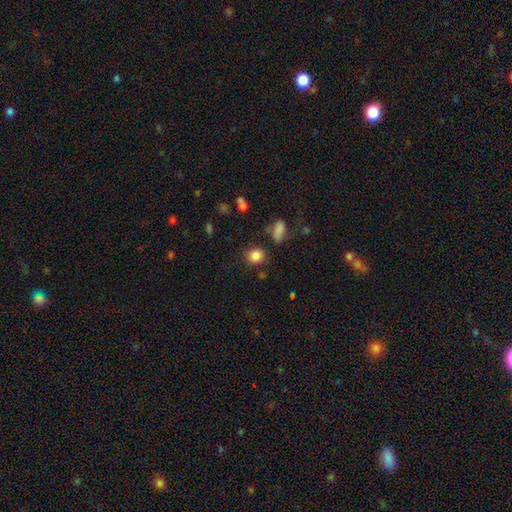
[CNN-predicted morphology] This appears to be a smooth galaxy with no disk features (85%) that is round (74%). Merging: none (79%).